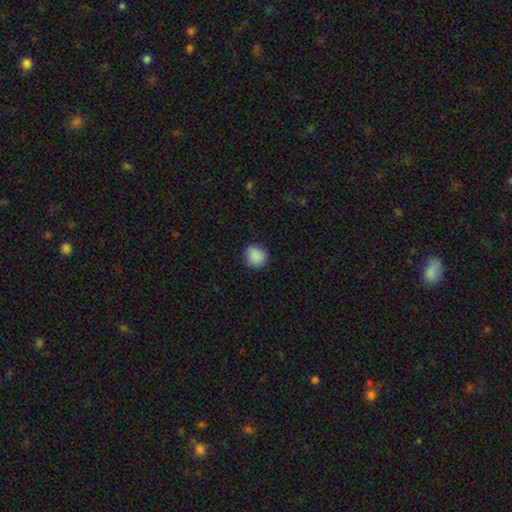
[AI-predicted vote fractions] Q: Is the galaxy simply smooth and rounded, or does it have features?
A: smooth — 89%.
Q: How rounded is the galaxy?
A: round — 84%.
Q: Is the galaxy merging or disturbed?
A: none — 88%.